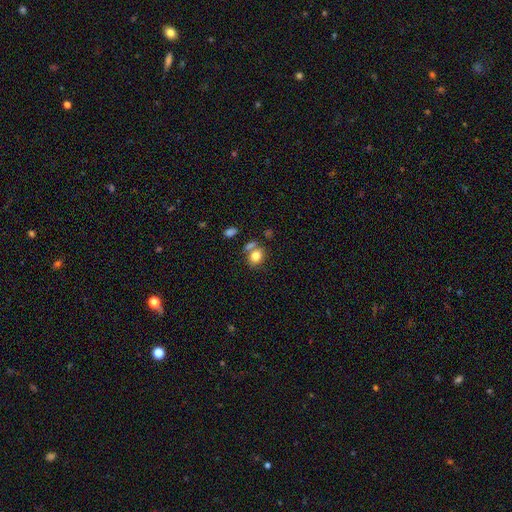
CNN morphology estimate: Smooth or featured? Predicted: smooth (p=0.80). How rounded? Predicted: in between (p=0.55). Merging? Predicted: none (p=0.57).